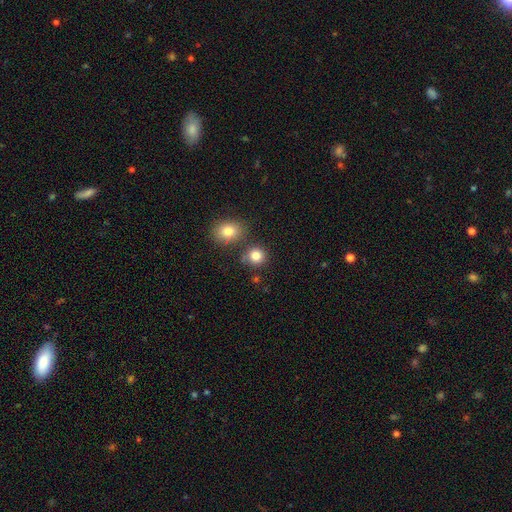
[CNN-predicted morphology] Smooth or featured?
  - smooth: 84% *
  - star or artifact: 11%
  - featured or disk: 5%
How rounded?
  - round: 86% *
  - in between: 13%
  - cigar-shaped: 1%
Merging?
  - none: 75% *
  - merger: 13%
  - minor disturbance: 9%
  - major disturbance: 3%